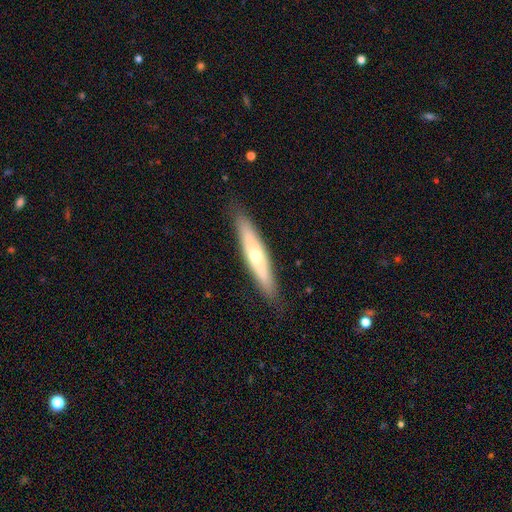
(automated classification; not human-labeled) A featured or disk galaxy (51%) viewed edge-on (76%). Merging: none (86%).